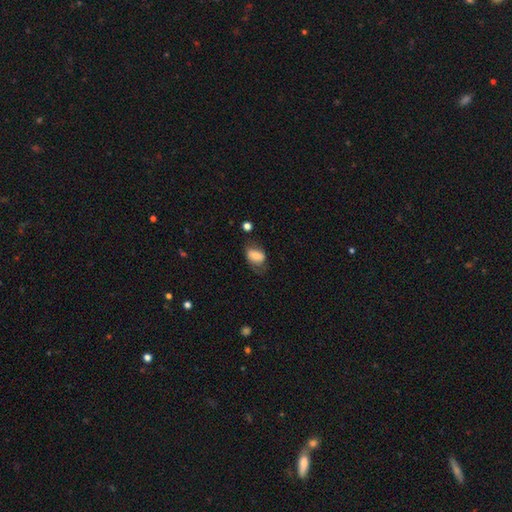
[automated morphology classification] smooth_or_featured: smooth (p=0.71) [alt: featured or disk p=0.21]
how_rounded: in between (p=0.82) [alt: round p=0.16]
merging: none (p=0.46) [alt: minor disturbance p=0.30]